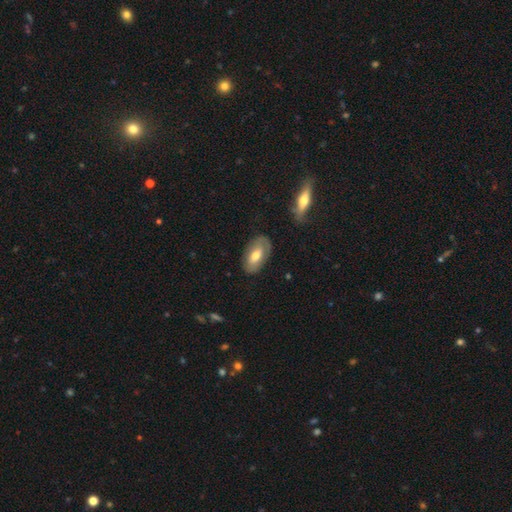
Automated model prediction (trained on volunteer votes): The model was most divided on "smooth or featured": smooth: 58%, featured or disk: 36%, star or artifact: 6%. More confident: how rounded — in between (92%); merging — none (78%).